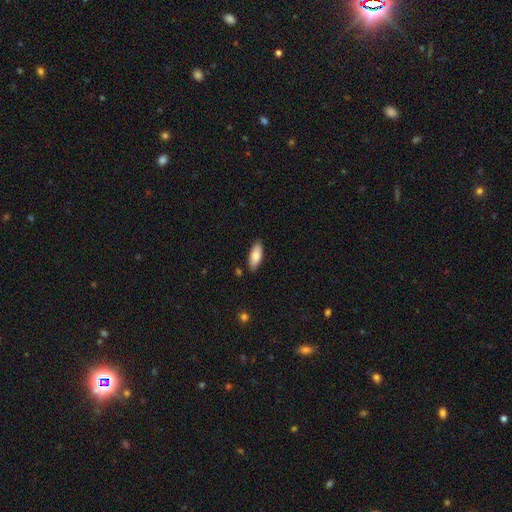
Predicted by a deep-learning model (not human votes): smooth-or-featured: smooth: 82% | featured or disk: 12% | star or artifact: 6%
  how-rounded: in between: 80% | cigar-shaped: 18% | round: 2%
  merging: none: 84% | minor disturbance: 12% | major disturbance: 2% | merger: 2%